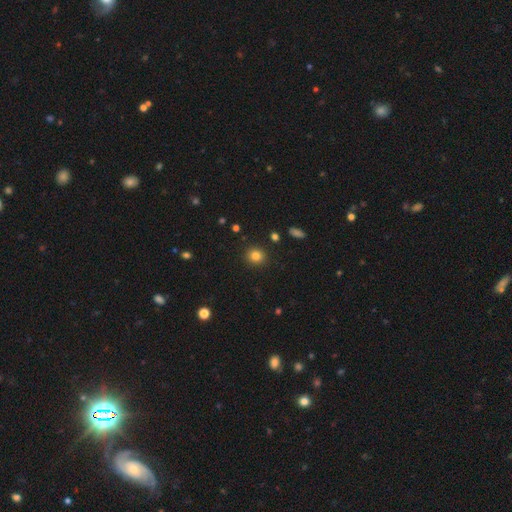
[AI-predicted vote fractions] This appears to be a smooth galaxy with no disk features (83%) that is round (86%). Merging: none (90%).